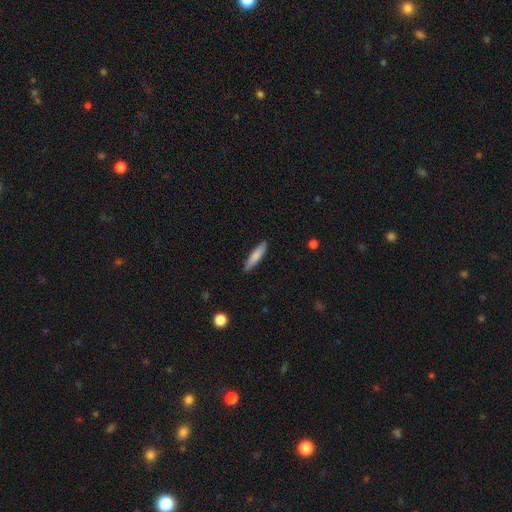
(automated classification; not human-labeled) A smooth galaxy with no disk features (78%) that is cigar-shaped (83%). Merging: none (88%).